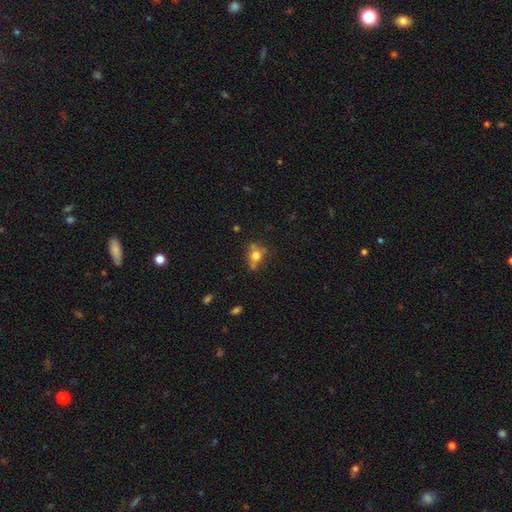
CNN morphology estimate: The model was most divided on "how rounded": round: 59%, in between: 38%, cigar-shaped: 3%. More confident: smooth or featured — smooth (62%); merging — none (53%).